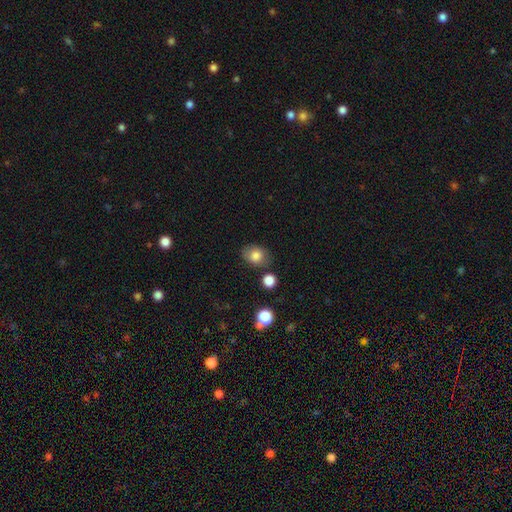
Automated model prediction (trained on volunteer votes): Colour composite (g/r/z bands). It shows a smooth galaxy with no disk features (82%) that is in between round and cigar-shaped (57%). Merging: none (76%).